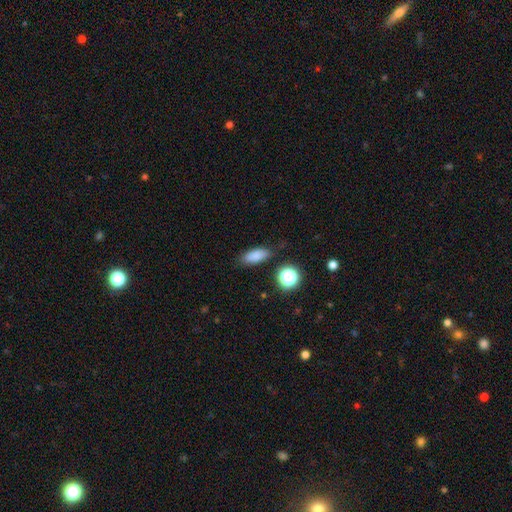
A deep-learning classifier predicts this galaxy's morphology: This appears to be a smooth galaxy with no disk features (82%) that is in between round and cigar-shaped (75%). Merging: none (80%).